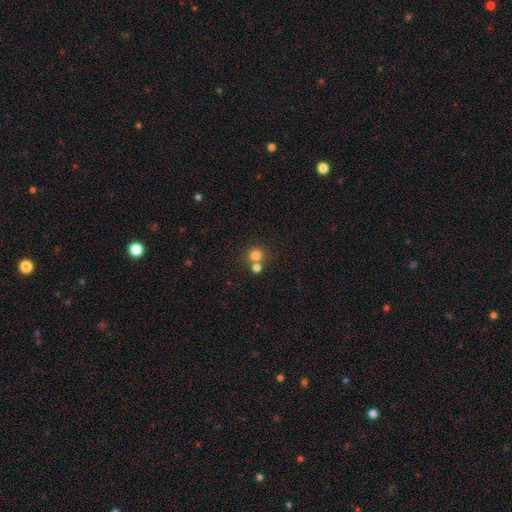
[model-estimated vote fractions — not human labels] smooth-or-featured: smooth: 78% | star or artifact: 14% | featured or disk: 8%
  how-rounded: round: 91% | in between: 8% | cigar-shaped: 1%
  merging: none: 58% | merger: 33% | minor disturbance: 6% | major disturbance: 3%